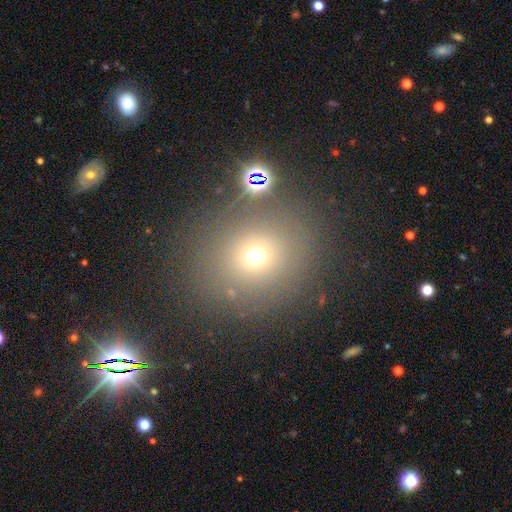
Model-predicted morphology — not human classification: smooth-or-featured: smooth: 64% | star or artifact: 24% | featured or disk: 11%
  how-rounded: round: 81% | in between: 18% | cigar-shaped: 1%
  merging: none: 81% | minor disturbance: 9% | merger: 6% | major disturbance: 5%